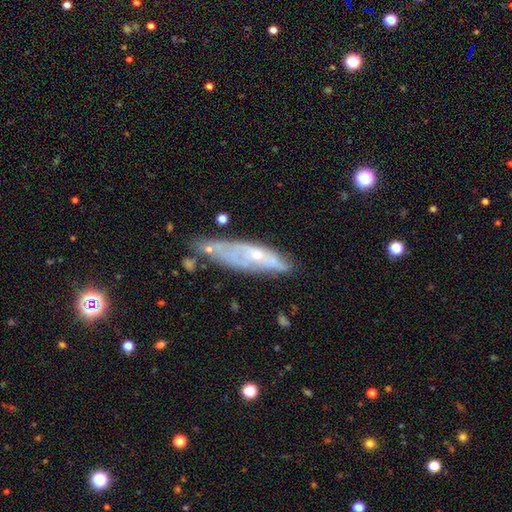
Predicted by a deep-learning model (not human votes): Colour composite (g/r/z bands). It shows a featured or disk galaxy (58%). Merging: none (45%).